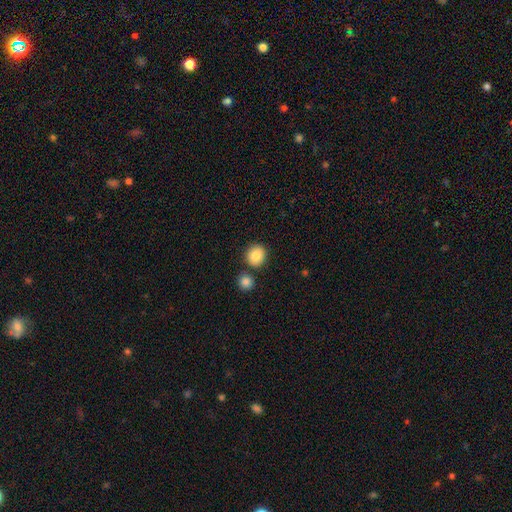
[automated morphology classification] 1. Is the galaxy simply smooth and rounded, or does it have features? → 85% smooth, 9% star or artifact, 6% featured or disk.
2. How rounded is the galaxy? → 85% round, 14% in between, 1% cigar-shaped.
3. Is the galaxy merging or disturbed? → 79% none, 11% merger, 8% minor disturbance, 2% major disturbance.